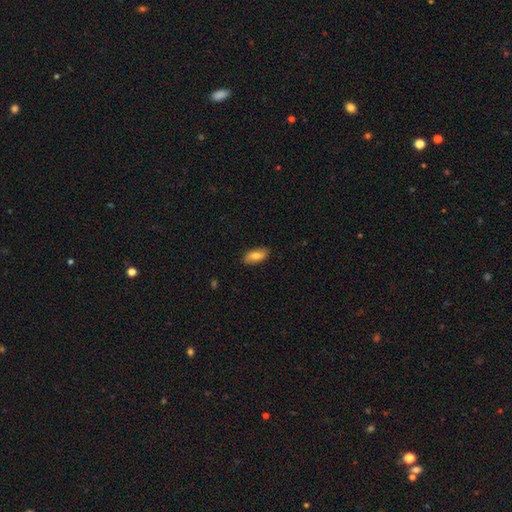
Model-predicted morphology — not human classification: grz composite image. It shows a smooth galaxy with no disk features (77%) that is in between round and cigar-shaped (87%). Merging: none (86%).